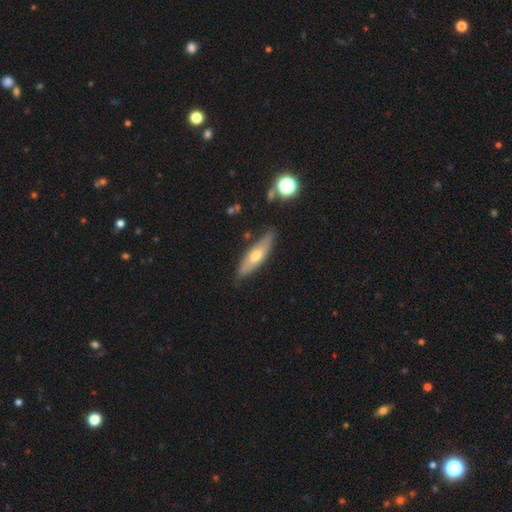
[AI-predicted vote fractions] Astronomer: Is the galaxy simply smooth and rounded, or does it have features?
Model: smooth — 51% (runner-up: featured or disk, 42%).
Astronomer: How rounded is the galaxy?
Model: cigar-shaped — 58% (runner-up: in between, 39%).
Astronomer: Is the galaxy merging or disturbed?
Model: none — 78%.